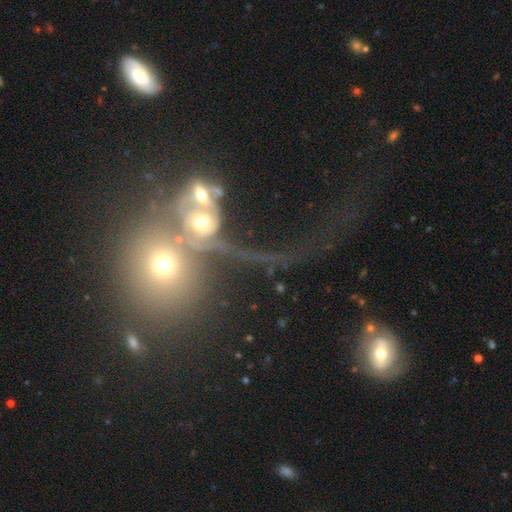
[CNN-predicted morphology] The model was most divided on "smooth or featured": smooth: 39%, featured or disk: 38%, star or artifact: 22%. More confident: merging — merger (52%).